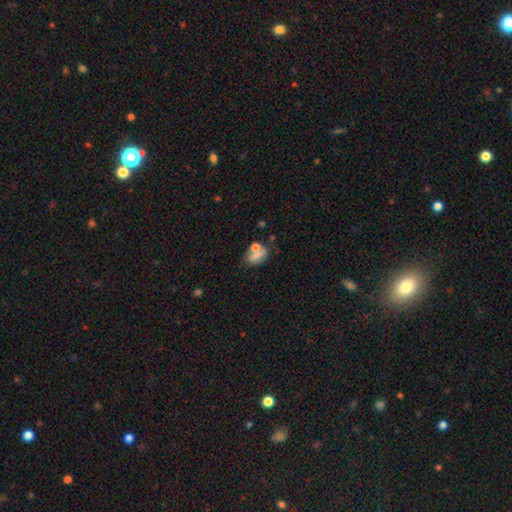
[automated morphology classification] A smooth galaxy with no disk features (62%) that is in between round and cigar-shaped (79%).

Vote fractions:
- Smooth or featured? smooth: 62% / featured or disk: 25% / star or artifact: 13%
- How rounded? in between: 79% / round: 18% / cigar-shaped: 3%
- Merging? none: 46% / merger: 27% / minor disturbance: 18% / major disturbance: 9%